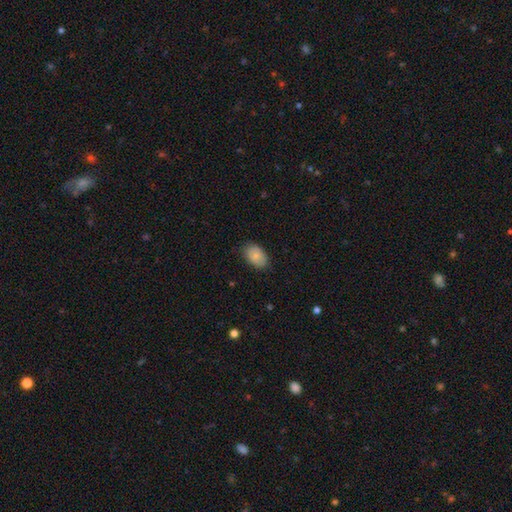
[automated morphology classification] This is clearly a smooth galaxy (84%). How rounded: clearly in between (89%). Merging: likely none (79%).